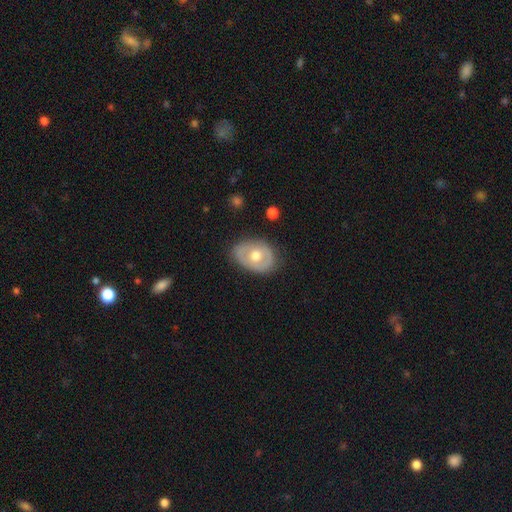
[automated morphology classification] A featured or disk galaxy (49%).

Vote fractions:
- Smooth or featured? featured or disk: 49% / smooth: 46% / star or artifact: 6%
- Merging? none: 78% / minor disturbance: 17% / major disturbance: 4% / merger: 1%